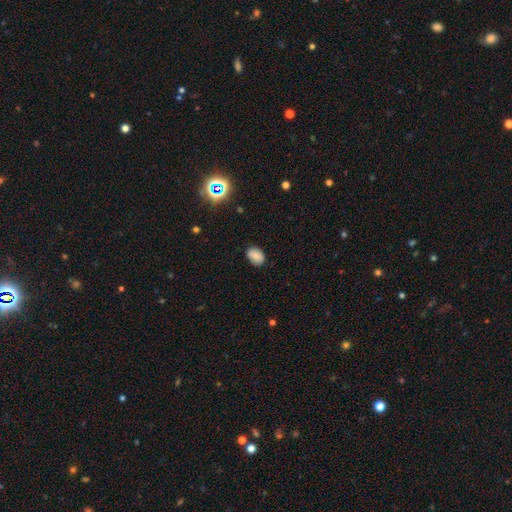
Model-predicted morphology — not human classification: smooth 83%, star or artifact 11%, featured or disk 7%. Down the decision tree: how rounded — in between (81%); merging — none (80%).